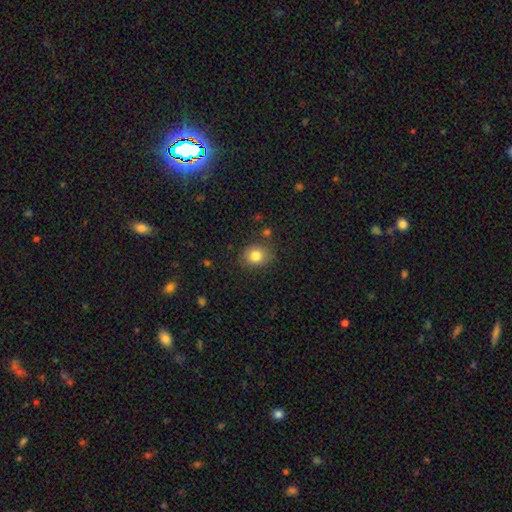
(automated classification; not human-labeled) This is clearly a smooth galaxy (82%). How rounded: likely round (67%). Merging: clearly none (80%).